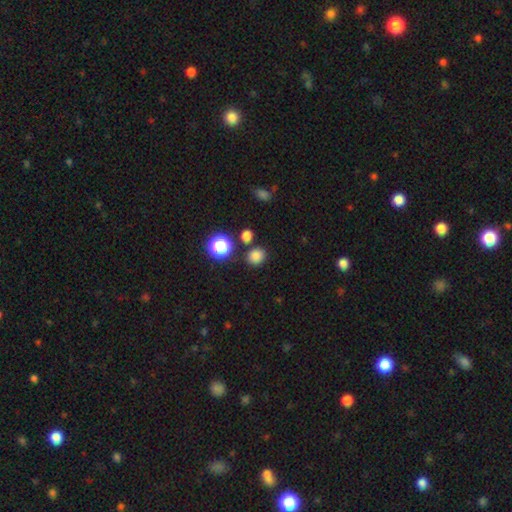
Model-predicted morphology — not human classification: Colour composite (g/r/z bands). It shows a smooth galaxy with no disk features (79%) that is round (78%). Merging: none (81%).